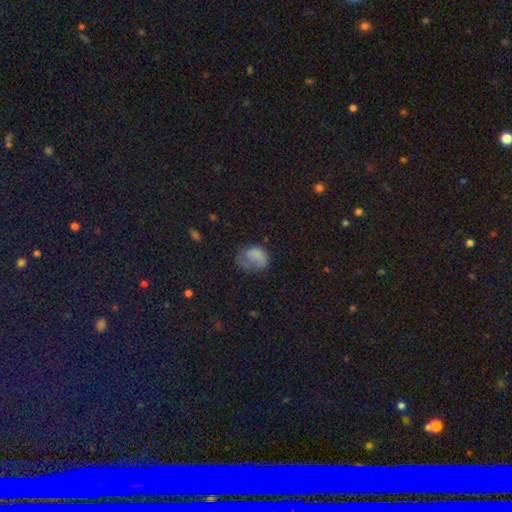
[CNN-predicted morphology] smooth-or-featured: smooth: 69% | featured or disk: 21% | star or artifact: 11%
  how-rounded: in between: 62% | round: 37% | cigar-shaped: 1%
  merging: major disturbance: 38% | none: 31% | minor disturbance: 29% | merger: 3%